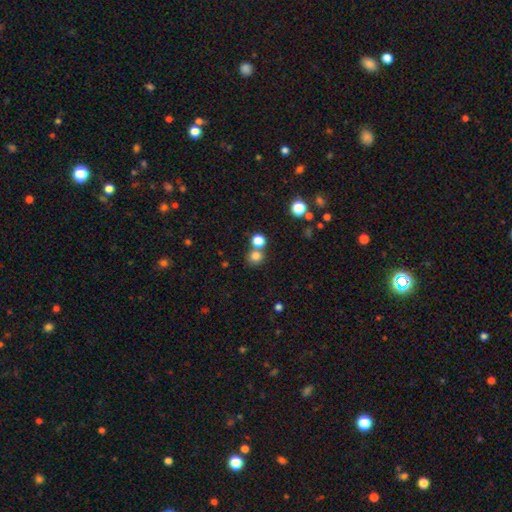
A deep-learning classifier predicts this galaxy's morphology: smooth_or_featured: smooth (p=0.79) [alt: star or artifact p=0.15]
how_rounded: round (p=0.89) [alt: in between p=0.11]
merging: none (p=0.65) [alt: merger p=0.25]